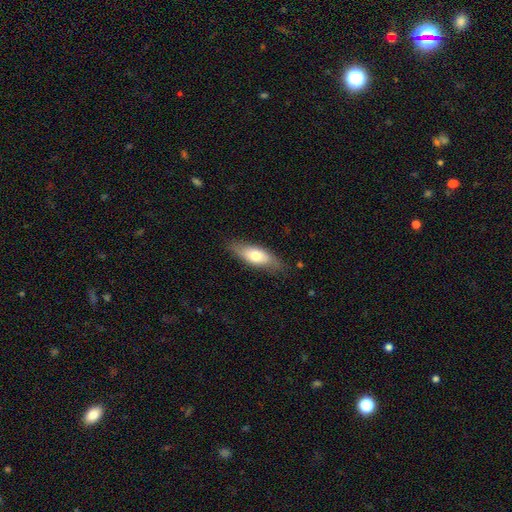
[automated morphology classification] Smooth or featured? Predicted: smooth (p=0.65). How rounded? Predicted: in between (p=0.69). Merging? Predicted: none (p=0.78).